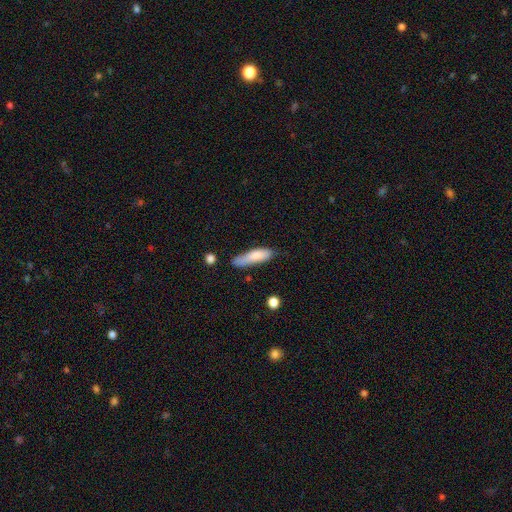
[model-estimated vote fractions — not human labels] Smooth or featured?
  - smooth: 80% *
  - featured or disk: 14%
  - star or artifact: 6%
How rounded?
  - cigar-shaped: 64% *
  - in between: 34%
  - round: 2%
Merging?
  - none: 53% *
  - minor disturbance: 32%
  - major disturbance: 10%
  - merger: 5%